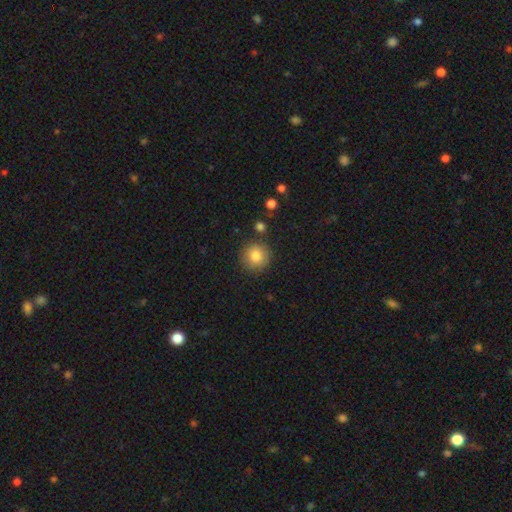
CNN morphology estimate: This appears to be a smooth galaxy with no disk features (83%) that is round (94%). Merging: none (86%).